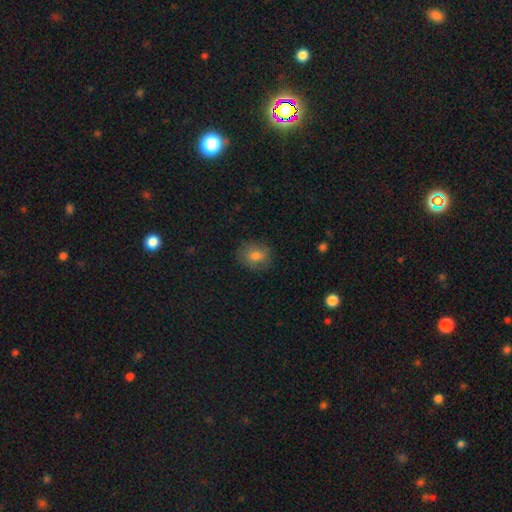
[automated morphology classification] Smooth or featured? smooth (76%)
How rounded? round (57%)
Merging? none (80%)